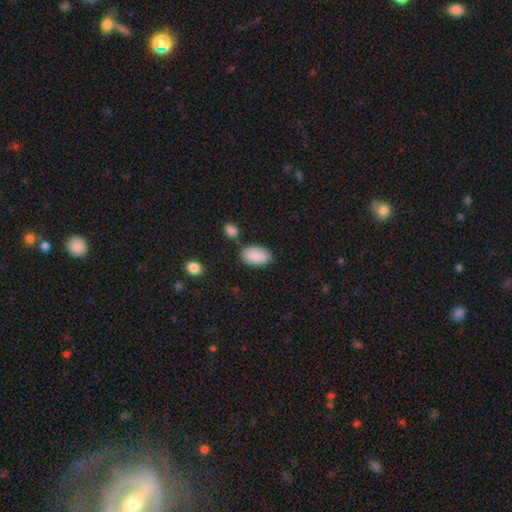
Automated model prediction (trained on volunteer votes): Smooth or featured? smooth (90%)
How rounded? in between (95%)
Merging? none (72%)